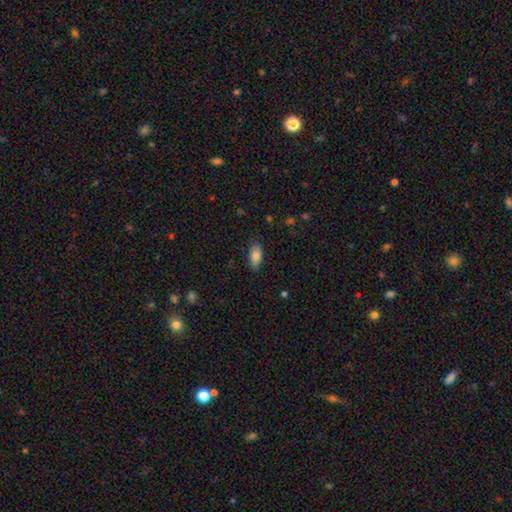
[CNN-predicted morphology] The model was most divided on "merging": none: 83%, minor disturbance: 13%, major disturbance: 3%, merger: 1%. More confident: how rounded — in between (87%); smooth or featured — smooth (85%).